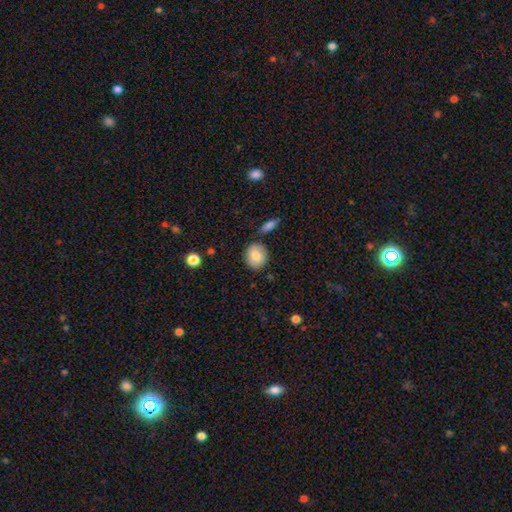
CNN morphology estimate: Smooth or featured?
  - smooth: 81% *
  - featured or disk: 12%
  - star or artifact: 7%
How rounded?
  - round: 71% *
  - in between: 27%
  - cigar-shaped: 1%
Merging?
  - none: 79% *
  - minor disturbance: 12%
  - merger: 6%
  - major disturbance: 3%